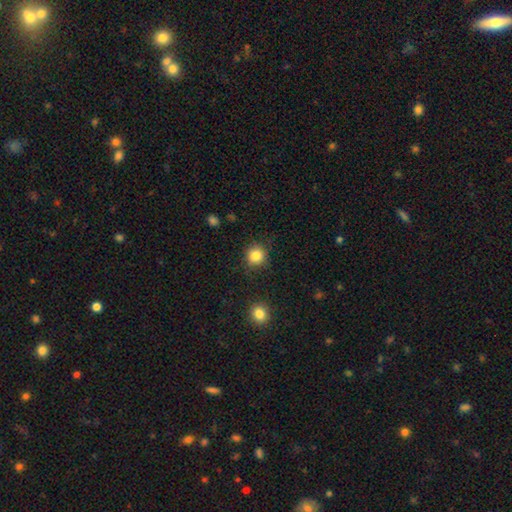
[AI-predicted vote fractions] A smooth galaxy with no disk features (84%) that is round (91%). Merging: none (85%).